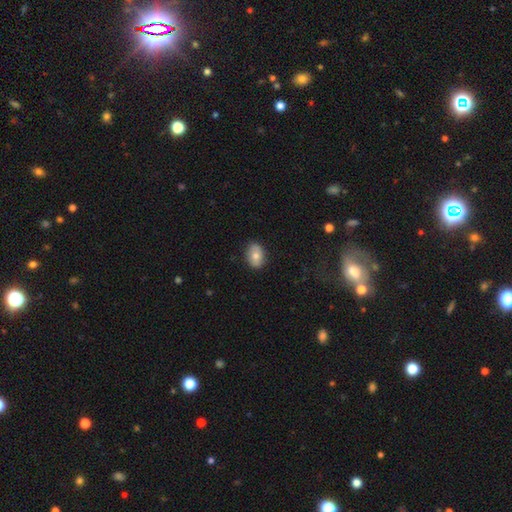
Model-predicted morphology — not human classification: Q: Smooth or featured?
A: smooth (72%); runner-up: featured or disk (21%)
Q: How rounded?
A: in between (75%); runner-up: round (24%)
Q: Merging?
A: none (84%); runner-up: minor disturbance (12%)